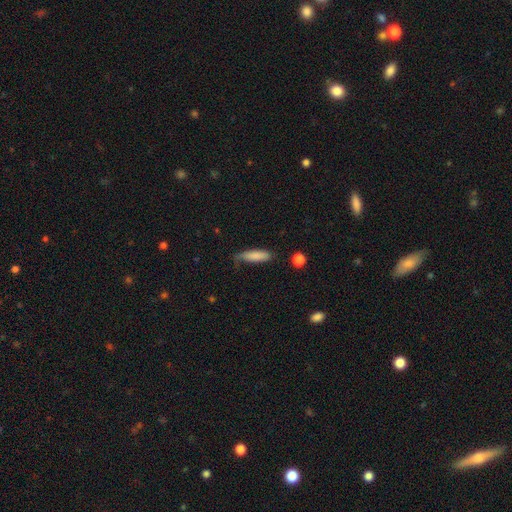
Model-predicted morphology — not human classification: The model was most divided on "merging": none: 52%, minor disturbance: 33%, major disturbance: 12%, merger: 3%. More confident: smooth or featured — smooth (82%); how rounded — cigar-shaped (58%).